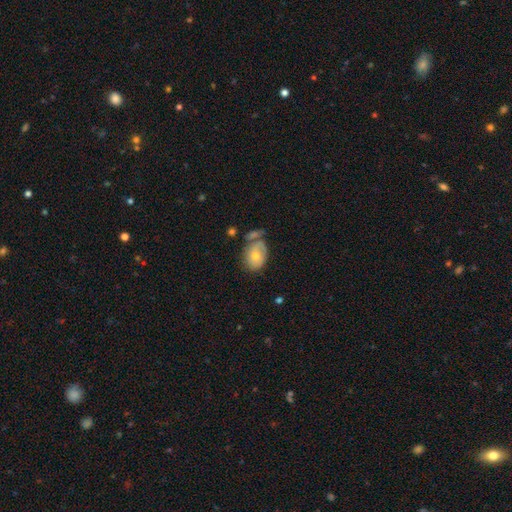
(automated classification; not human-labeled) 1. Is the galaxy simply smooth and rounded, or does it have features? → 64% smooth, 29% featured or disk, 7% star or artifact.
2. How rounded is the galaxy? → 70% in between, 28% round, 1% cigar-shaped.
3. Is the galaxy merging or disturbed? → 46% none, 26% minor disturbance, 16% merger, 11% major disturbance.